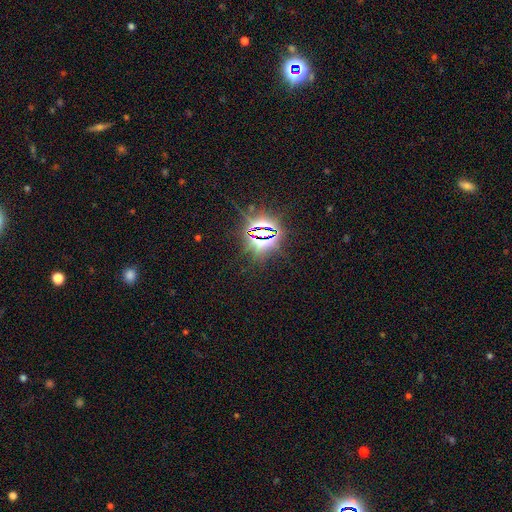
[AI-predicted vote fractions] Morphology: type=star or artifact (82%).